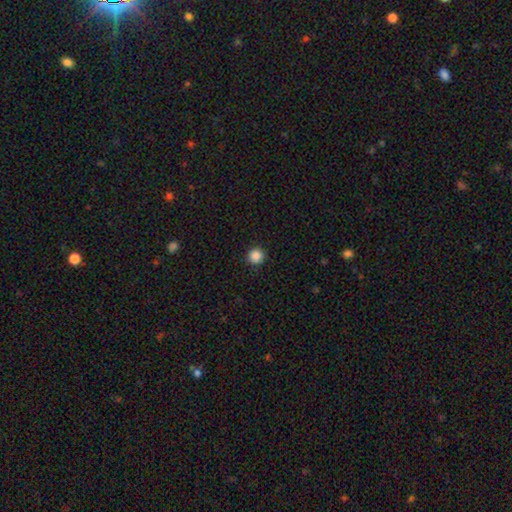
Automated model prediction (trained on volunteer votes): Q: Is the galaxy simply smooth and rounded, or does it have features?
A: smooth — 87%.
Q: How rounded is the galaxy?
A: round — 95%.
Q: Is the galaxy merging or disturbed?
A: none — 92%.